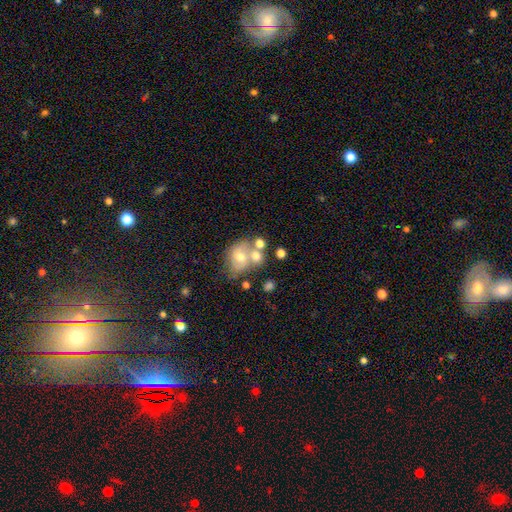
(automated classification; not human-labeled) Smooth or featured: smooth — 57% (featured or disk — 31%)
How rounded: round — 61% (in between — 38%)
Merging: merger — 43% (none — 36%)